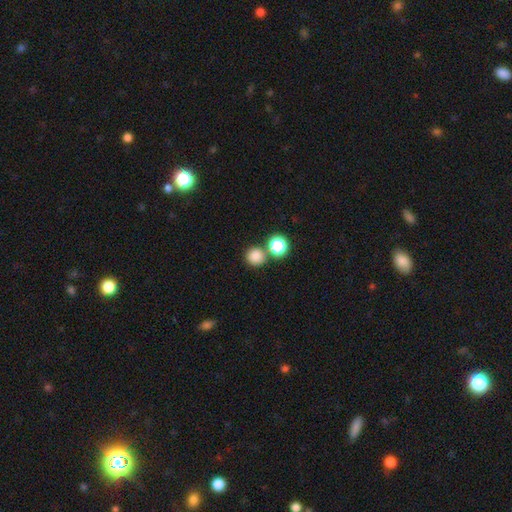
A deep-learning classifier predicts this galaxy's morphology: A smooth galaxy with no disk features (82%) that is round (91%).

Vote fractions:
- Smooth or featured? smooth: 82% / star or artifact: 13% / featured or disk: 5%
- How rounded? round: 91% / in between: 8% / cigar-shaped: 1%
- Merging? none: 67% / merger: 22% / minor disturbance: 8% / major disturbance: 3%